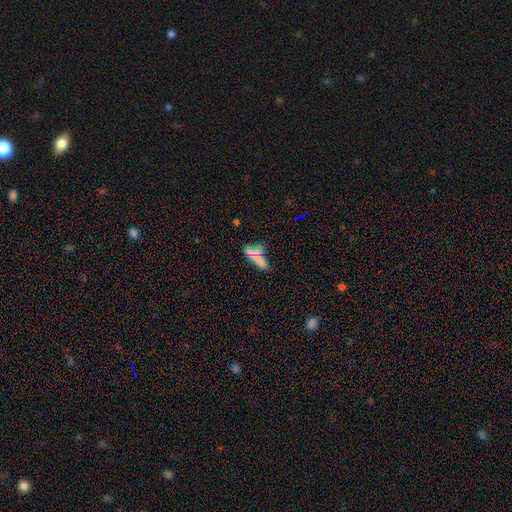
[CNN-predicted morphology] Q: Smooth or featured?
A: smooth (65%); runner-up: featured or disk (21%)
Q: How rounded?
A: cigar-shaped (64%); runner-up: in between (31%)
Q: Merging?
A: none (50%); runner-up: merger (25%)